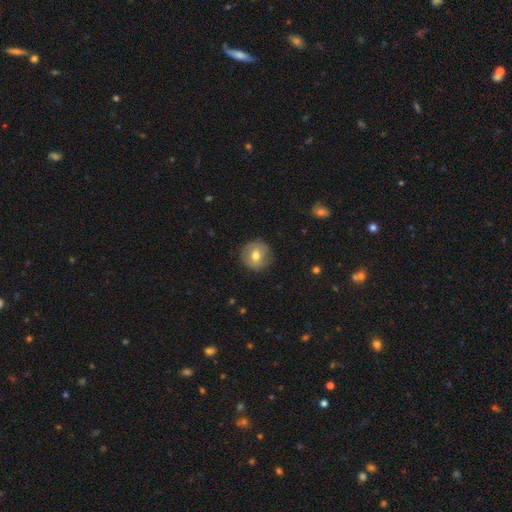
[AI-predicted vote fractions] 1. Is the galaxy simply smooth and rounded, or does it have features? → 65% smooth, 27% featured or disk, 8% star or artifact.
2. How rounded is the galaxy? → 93% round, 6% in between, 1% cigar-shaped.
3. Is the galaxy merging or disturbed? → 85% none, 11% minor disturbance, 3% major disturbance, 1% merger.